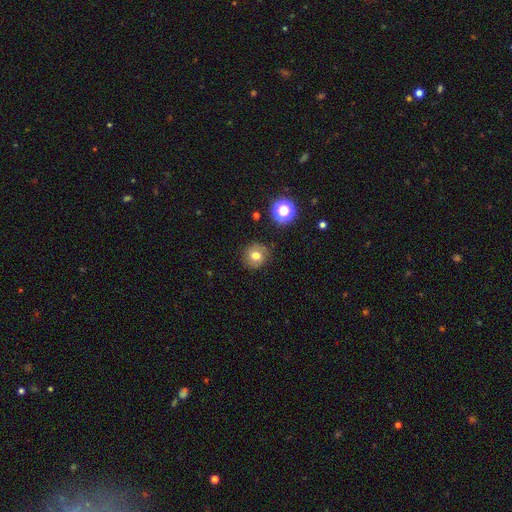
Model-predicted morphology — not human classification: The model was most divided on "smooth or featured": smooth: 70%, featured or disk: 15%, star or artifact: 15%. More confident: how rounded — round (88%); merging — none (83%).